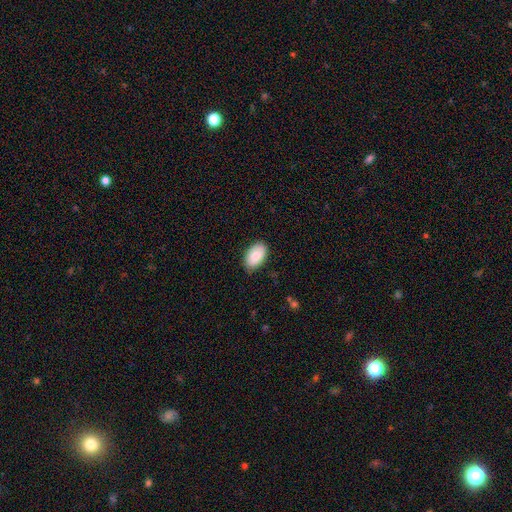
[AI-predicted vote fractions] Smooth or featured?
  - smooth: 85% *
  - featured or disk: 9%
  - star or artifact: 6%
How rounded?
  - in between: 94% *
  - round: 5%
  - cigar-shaped: 1%
Merging?
  - none: 83% *
  - minor disturbance: 14%
  - major disturbance: 2%
  - merger: 1%